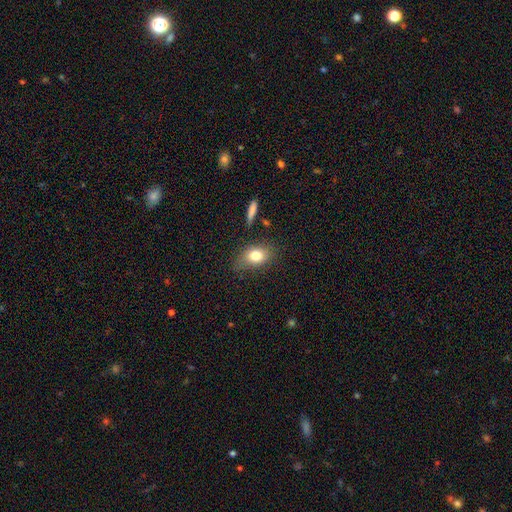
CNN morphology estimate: Q: Smooth or featured?
A: smooth (76%); runner-up: featured or disk (14%)
Q: How rounded?
A: in between (76%); runner-up: round (21%)
Q: Merging?
A: none (73%); runner-up: minor disturbance (18%)